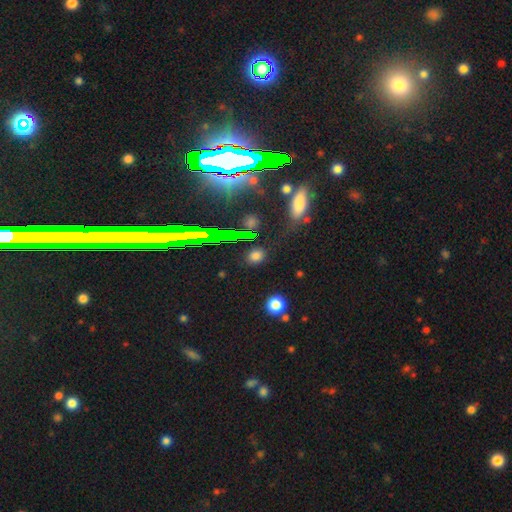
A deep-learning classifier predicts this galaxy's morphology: This is likely a smooth galaxy (68%). How rounded: likely round (61%). Merging: clearly none (82%).